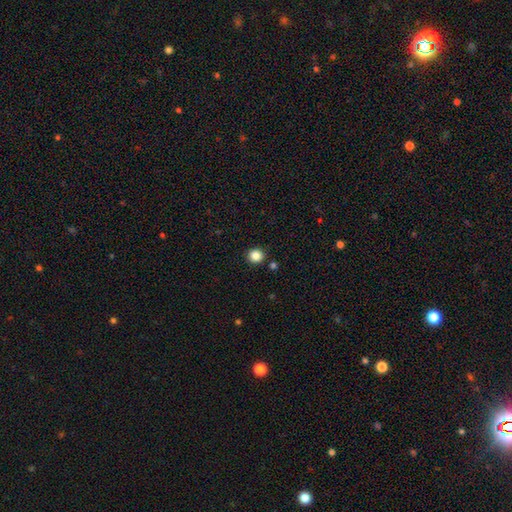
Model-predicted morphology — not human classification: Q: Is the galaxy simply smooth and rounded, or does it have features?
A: smooth — 85%.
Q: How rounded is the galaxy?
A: round — 92%.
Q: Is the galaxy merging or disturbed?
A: none — 90%.